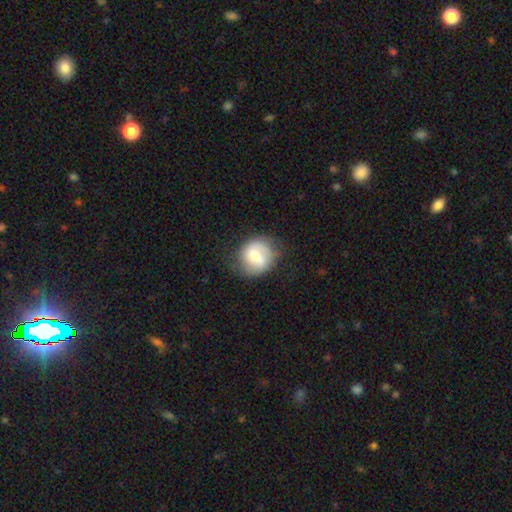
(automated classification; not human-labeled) The model was most divided on "smooth or featured": smooth: 55%, featured or disk: 37%, star or artifact: 8%. More confident: how rounded — round (76%); merging — none (65%).